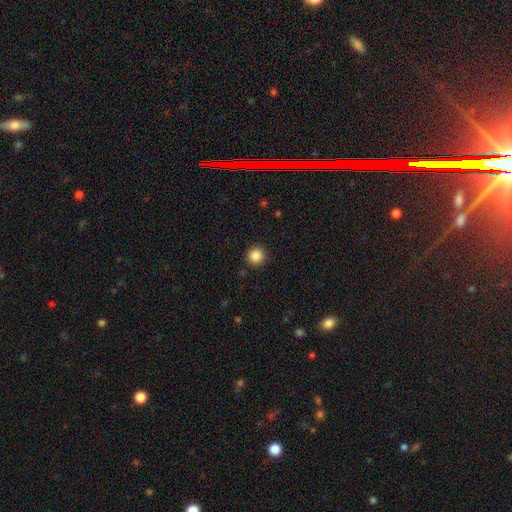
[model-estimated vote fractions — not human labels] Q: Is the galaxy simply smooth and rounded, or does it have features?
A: smooth — 87%.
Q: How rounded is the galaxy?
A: round — 94%.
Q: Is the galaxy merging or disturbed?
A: none — 91%.